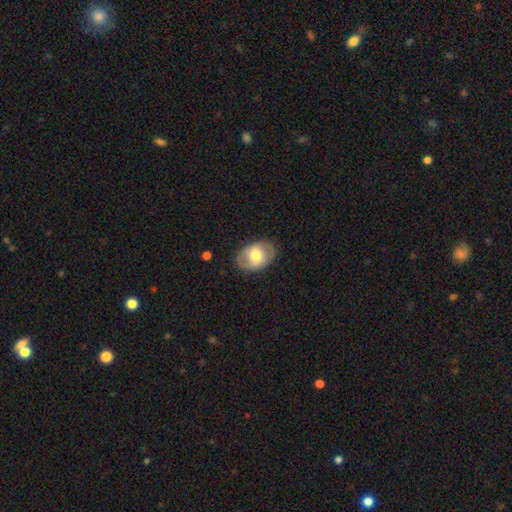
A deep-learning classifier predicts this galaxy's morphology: This is possibly a smooth galaxy (57%). How rounded: clearly in between (84%). Merging: clearly none (82%).